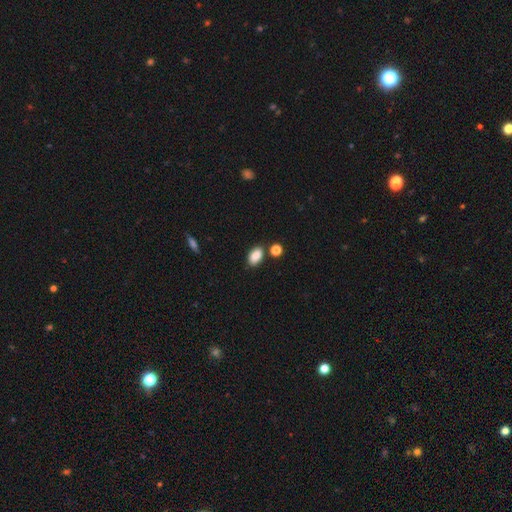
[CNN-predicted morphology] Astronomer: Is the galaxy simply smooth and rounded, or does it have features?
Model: smooth — 87%.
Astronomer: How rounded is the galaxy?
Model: in between — 90%.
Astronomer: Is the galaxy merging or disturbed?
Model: none — 76%.